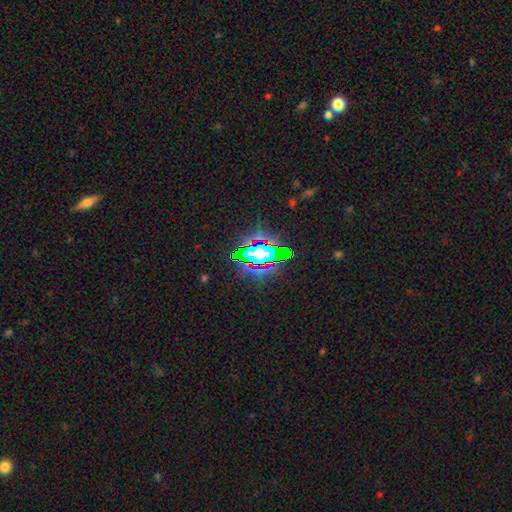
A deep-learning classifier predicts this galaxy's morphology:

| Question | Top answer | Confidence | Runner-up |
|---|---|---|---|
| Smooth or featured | star or artifact | 79% | smooth (12%) |